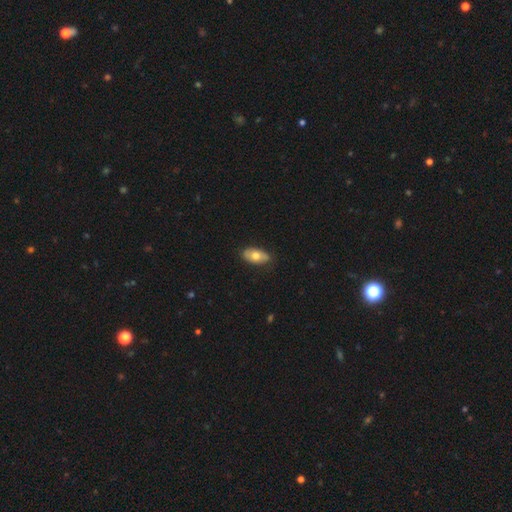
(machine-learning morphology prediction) type=smooth (66%); roundness=in between (91%); merging=none (82%).